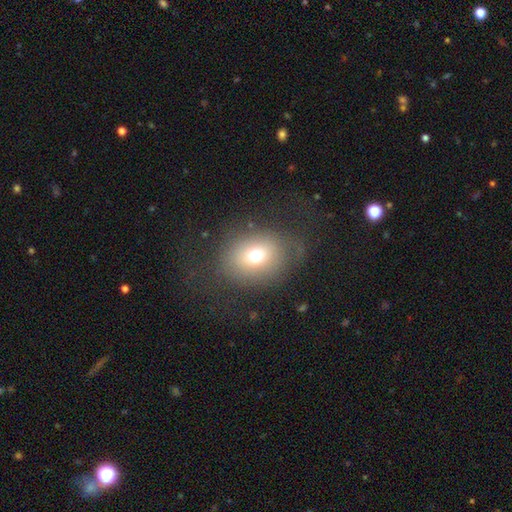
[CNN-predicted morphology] smooth 68%, star or artifact 16%, featured or disk 15%. Down the decision tree: how rounded — round (56%); merging — none (68%).